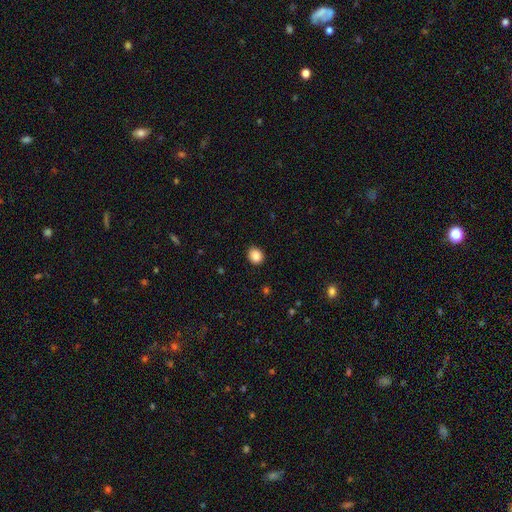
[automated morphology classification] Smooth or featured?
  - smooth: 88% *
  - star or artifact: 9%
  - featured or disk: 3%
How rounded?
  - round: 70% *
  - in between: 30%
  - cigar-shaped: 1%
Merging?
  - none: 91% *
  - minor disturbance: 6%
  - major disturbance: 2%
  - merger: 1%